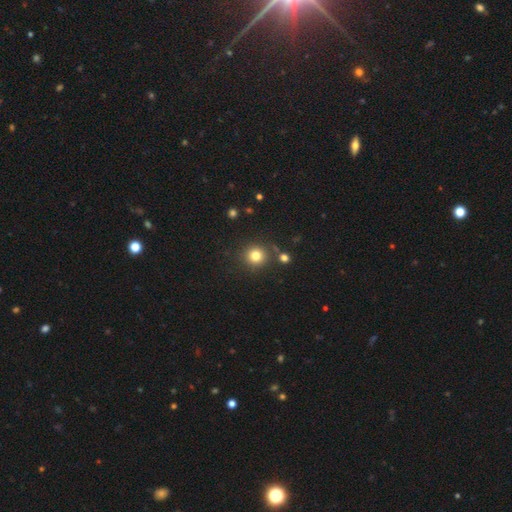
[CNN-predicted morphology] A smooth galaxy with no disk features (80%) that is round (93%). Merging: none (83%).